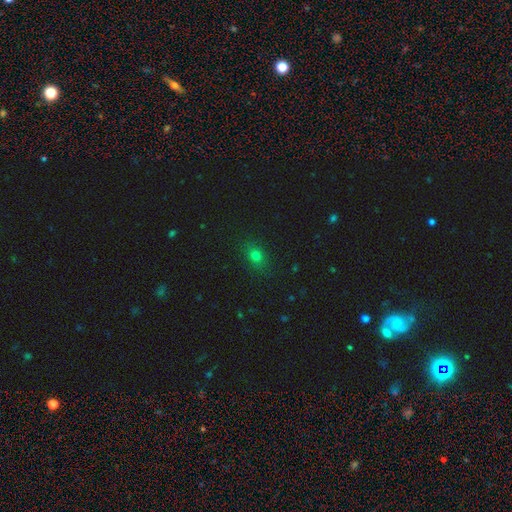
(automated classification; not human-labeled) Smooth or featured?
  - smooth: 72% *
  - star or artifact: 19%
  - featured or disk: 9%
How rounded?
  - in between: 55% *
  - round: 42%
  - cigar-shaped: 3%
Merging?
  - none: 83% *
  - minor disturbance: 12%
  - major disturbance: 3%
  - merger: 1%